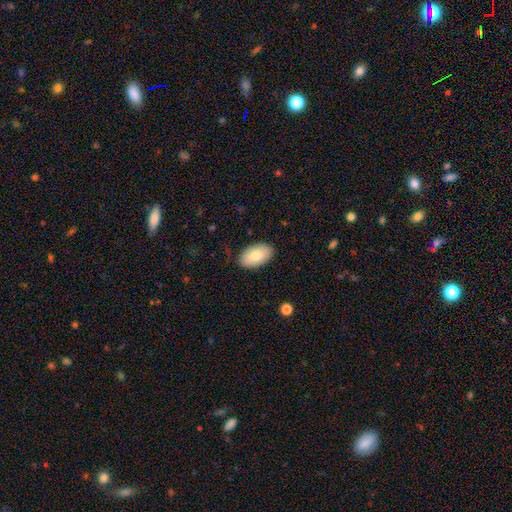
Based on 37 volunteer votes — smooth 78%, featured or disk 19%, star or artifact 3%. Down the decision tree: how rounded — in between (90%); merging — none (94%).